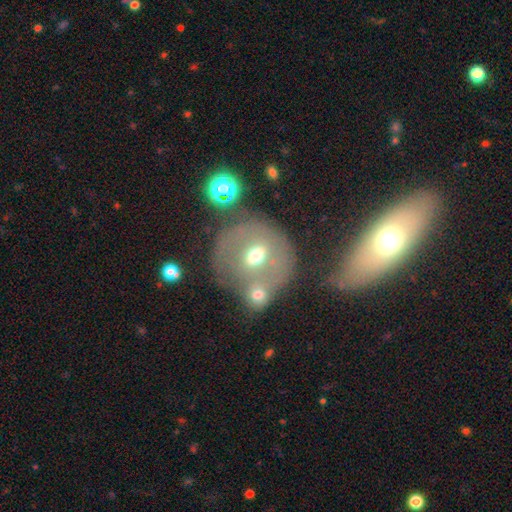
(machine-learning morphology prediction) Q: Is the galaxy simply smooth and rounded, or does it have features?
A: smooth — 45%.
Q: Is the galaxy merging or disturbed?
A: merger — 40%.